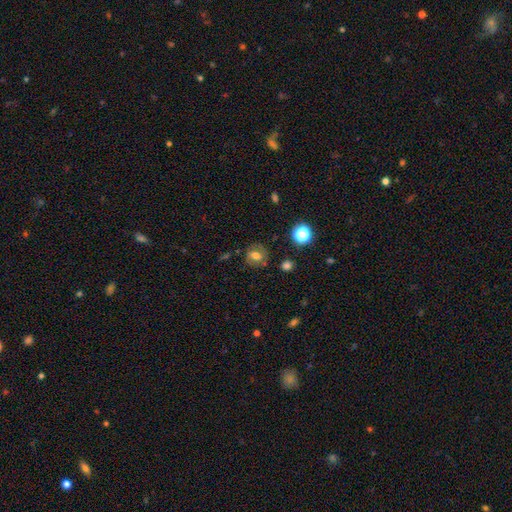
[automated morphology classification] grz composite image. It shows a smooth galaxy with no disk features (55%) that is round (69%). Merging: none (74%).